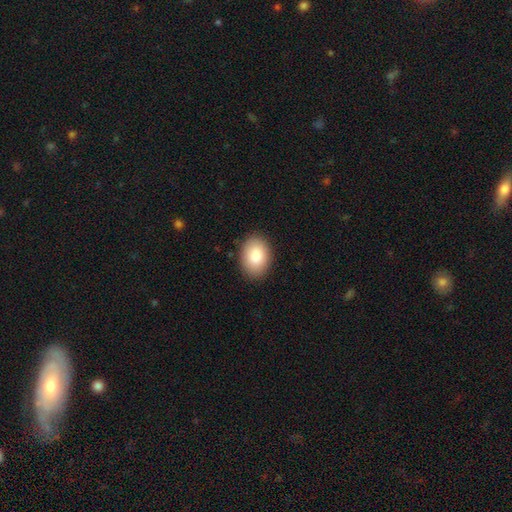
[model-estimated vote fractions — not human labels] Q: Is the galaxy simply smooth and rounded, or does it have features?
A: smooth — 86%.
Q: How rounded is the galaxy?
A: in between — 79%.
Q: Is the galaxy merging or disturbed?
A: none — 88%.